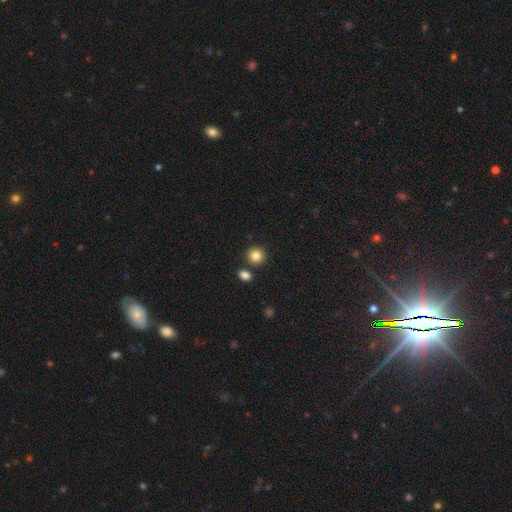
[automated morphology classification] Q: Smooth or featured?
A: smooth (85%); runner-up: star or artifact (10%)
Q: How rounded?
A: round (90%); runner-up: in between (9%)
Q: Merging?
A: none (82%); runner-up: merger (9%)